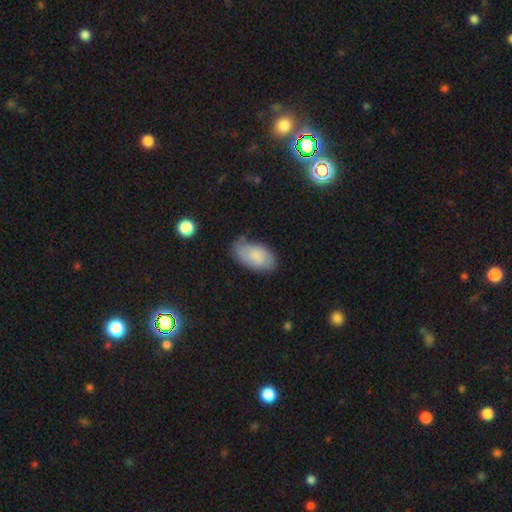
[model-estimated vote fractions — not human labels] Morphology: type=smooth (74%); roundness=in between (95%); merging=none (64%).